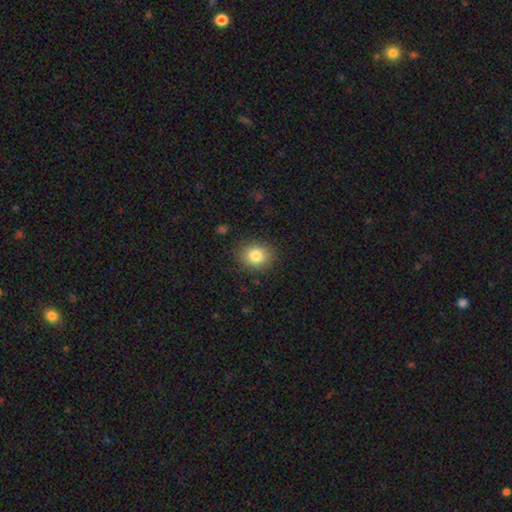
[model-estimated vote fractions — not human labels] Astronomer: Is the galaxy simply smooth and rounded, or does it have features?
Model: smooth — 83%.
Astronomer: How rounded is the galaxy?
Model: round — 66%.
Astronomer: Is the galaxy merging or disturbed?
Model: none — 87%.